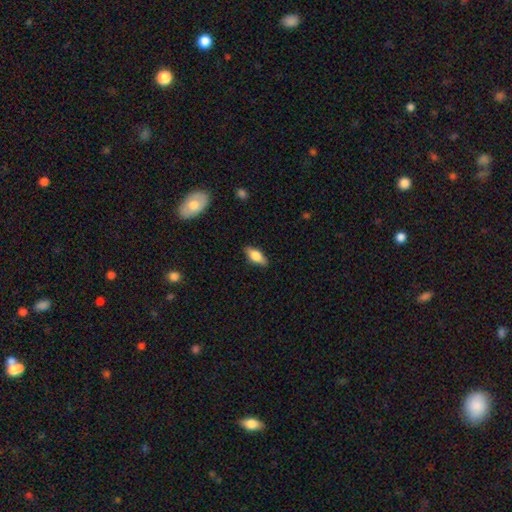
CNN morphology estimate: smooth_or_featured: smooth (p=0.69) [alt: featured or disk p=0.24]
how_rounded: in between (p=0.80) [alt: cigar-shaped p=0.16]
merging: none (p=0.87) [alt: minor disturbance p=0.10]